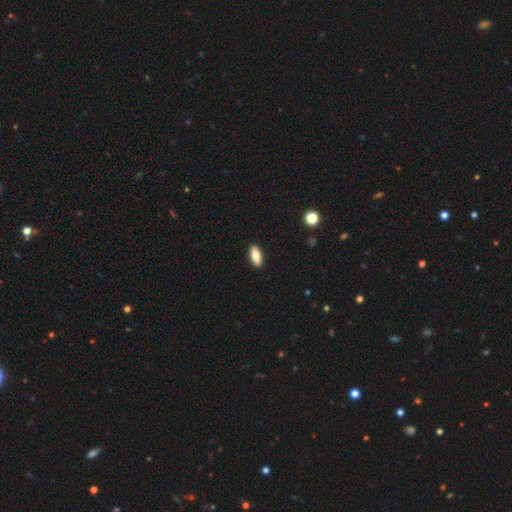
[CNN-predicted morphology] Smooth or featured? Predicted: smooth (p=0.81). How rounded? Predicted: in between (p=0.79). Merging? Predicted: none (p=0.91).